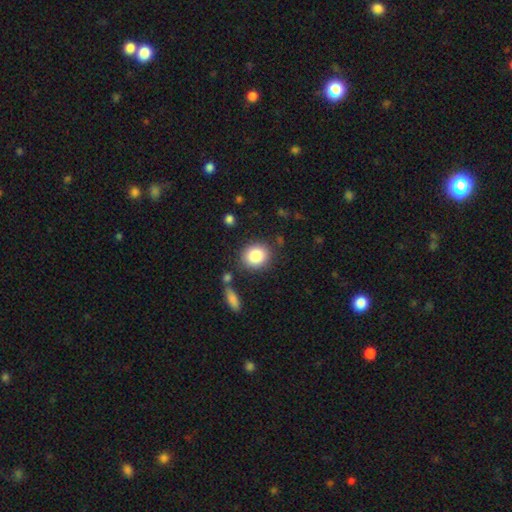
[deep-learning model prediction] This is clearly a smooth galaxy (85%). How rounded: likely round (75%). Merging: clearly none (82%).